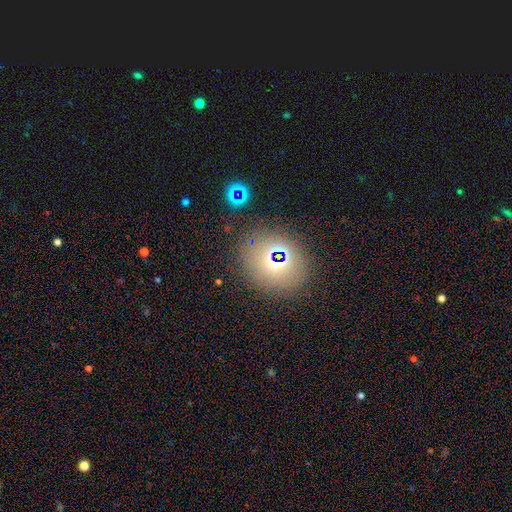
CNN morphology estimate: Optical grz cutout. It shows a star or artifact, not a galaxy (48%).